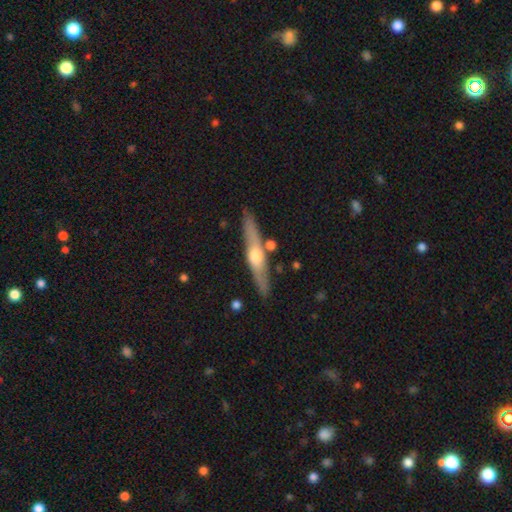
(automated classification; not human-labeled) featured or disk 66%, smooth 29%, star or artifact 5%. Down the decision tree: edge-on disk — yes (94%); edge-on bulge — rounded (91%); merging — none (85%).